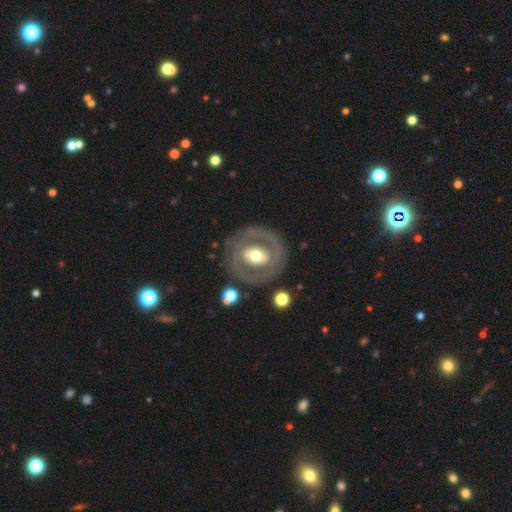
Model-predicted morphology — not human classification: This is likely a featured or disk galaxy (69%). It is clearly not viewed edge-on (95%). Bar: marginally no (39%). Spiral arm pattern: likely no (65%). Central bulge: likely moderate (67%). Merging: likely none (79%).